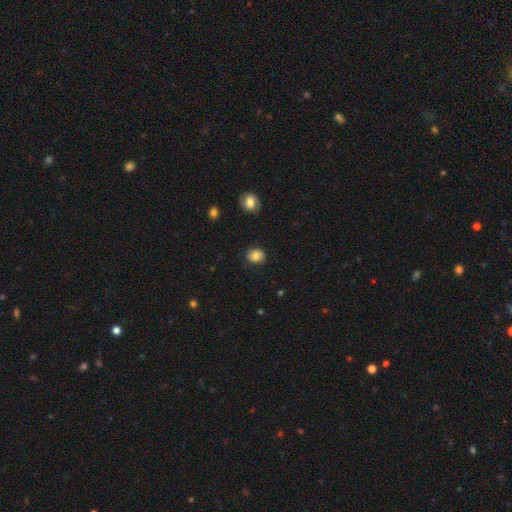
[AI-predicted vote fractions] Smooth or featured?
  - smooth: 79% *
  - featured or disk: 12%
  - star or artifact: 9%
How rounded?
  - round: 59% *
  - in between: 40%
  - cigar-shaped: 1%
Merging?
  - none: 83% *
  - minor disturbance: 13%
  - major disturbance: 3%
  - merger: 1%